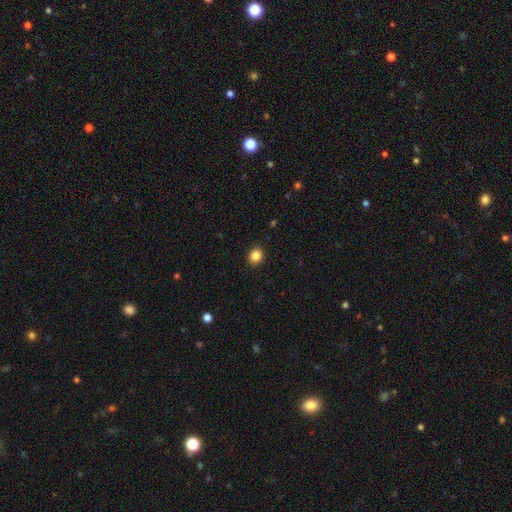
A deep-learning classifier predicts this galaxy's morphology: Overall: smooth (85%). How rounded: round (73%). Merging: none (91%).